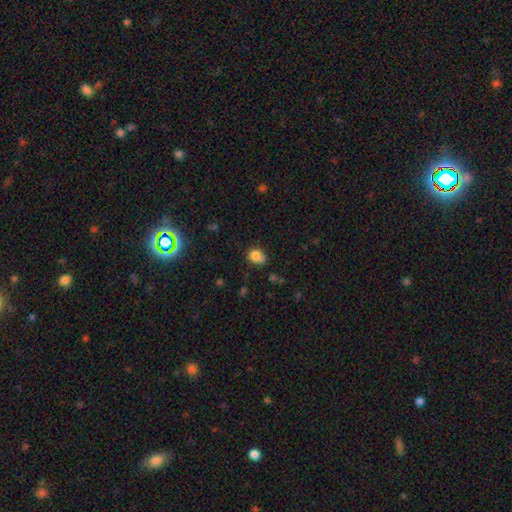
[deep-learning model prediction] Q: Smooth or featured?
A: smooth (83%); runner-up: star or artifact (11%)
Q: How rounded?
A: in between (53%); runner-up: round (46%)
Q: Merging?
A: none (58%); runner-up: minor disturbance (30%)